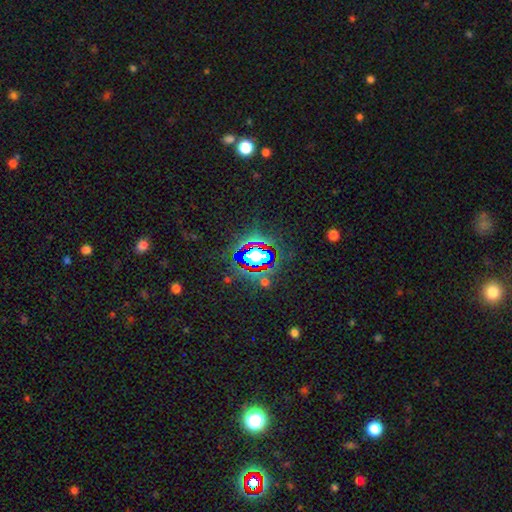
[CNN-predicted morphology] A star or artifact, not a galaxy (65%).

Vote fractions:
- Smooth or featured? star or artifact: 65% / smooth: 22% / featured or disk: 14%